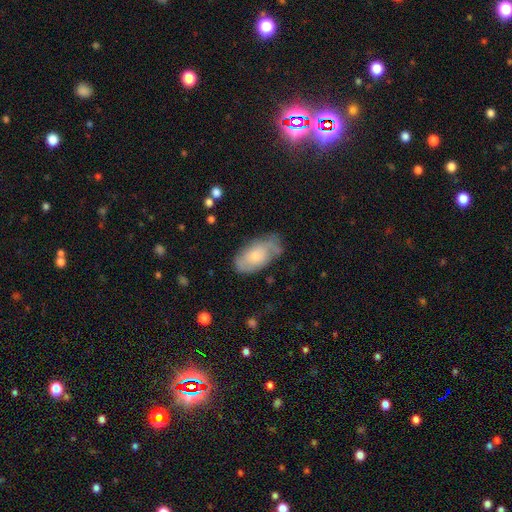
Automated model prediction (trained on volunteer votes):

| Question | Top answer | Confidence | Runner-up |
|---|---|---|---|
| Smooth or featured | smooth | 57% | featured or disk (37%) |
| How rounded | in between | 93% | round (4%) |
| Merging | none | 55% | minor disturbance (32%) |